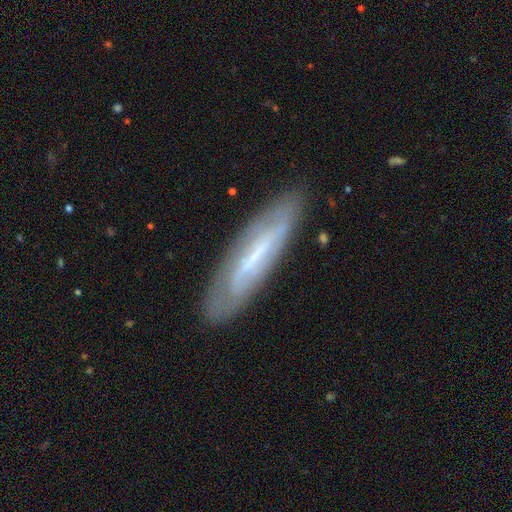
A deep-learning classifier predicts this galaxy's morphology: A featured or disk galaxy (61%). Merging: none (80%).